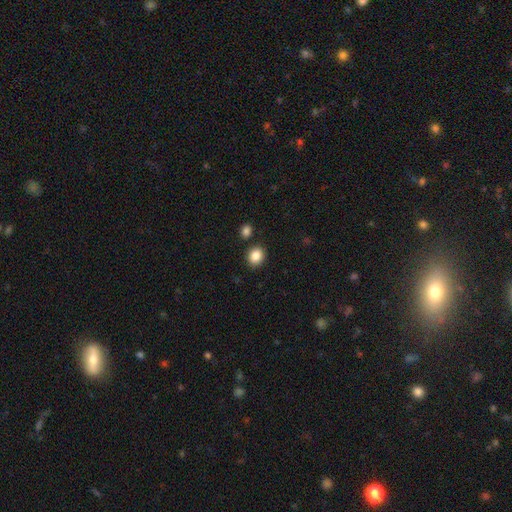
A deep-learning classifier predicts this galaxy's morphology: This appears to be a smooth galaxy with no disk features (87%) that is round (63%). Merging: none (85%).